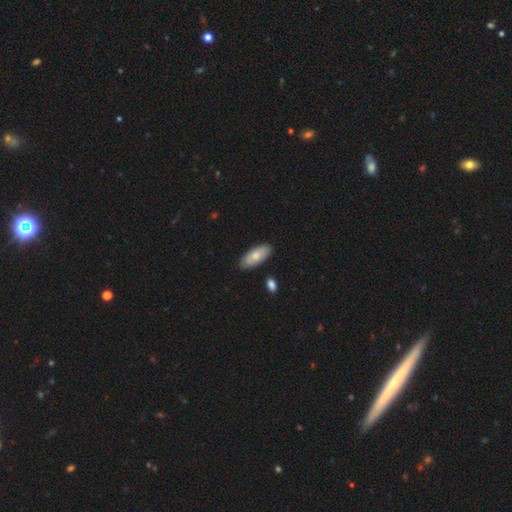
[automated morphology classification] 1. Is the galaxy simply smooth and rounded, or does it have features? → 76% smooth, 19% featured or disk, 5% star or artifact.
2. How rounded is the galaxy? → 85% in between, 13% cigar-shaped, 2% round.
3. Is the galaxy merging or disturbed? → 84% none, 11% minor disturbance, 2% merger, 2% major disturbance.